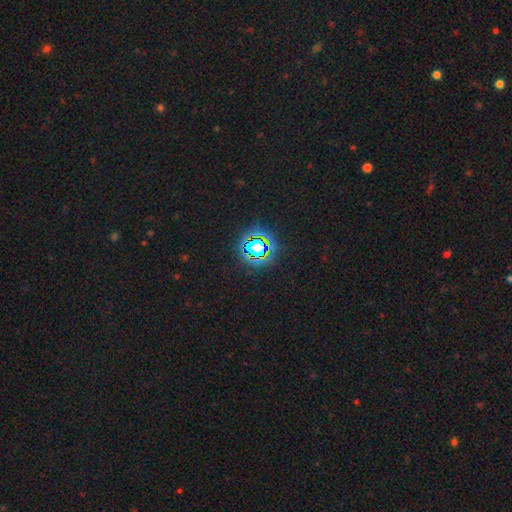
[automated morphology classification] A star or artifact, not a galaxy (82%).